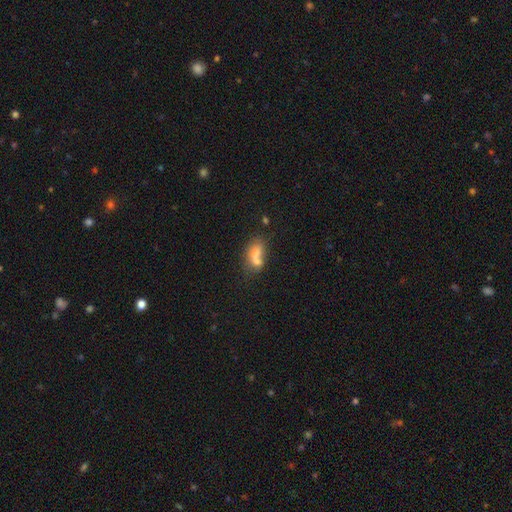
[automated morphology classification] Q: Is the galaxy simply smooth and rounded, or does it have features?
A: smooth — 66%.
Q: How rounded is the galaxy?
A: in between — 80%.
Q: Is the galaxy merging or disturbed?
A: merger — 48%.